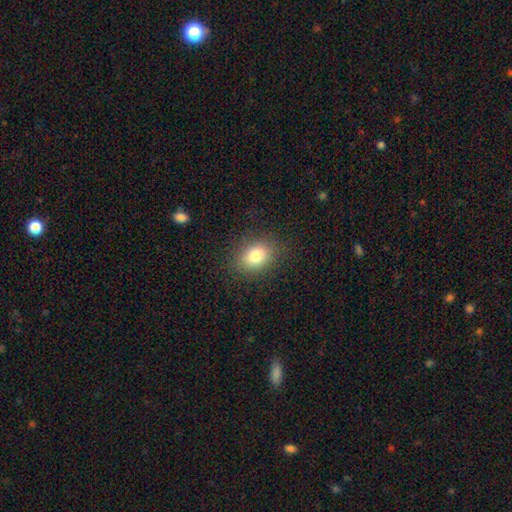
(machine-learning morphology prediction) smooth 79%, star or artifact 11%, featured or disk 10%. Down the decision tree: how rounded — in between (63%); merging — none (86%).